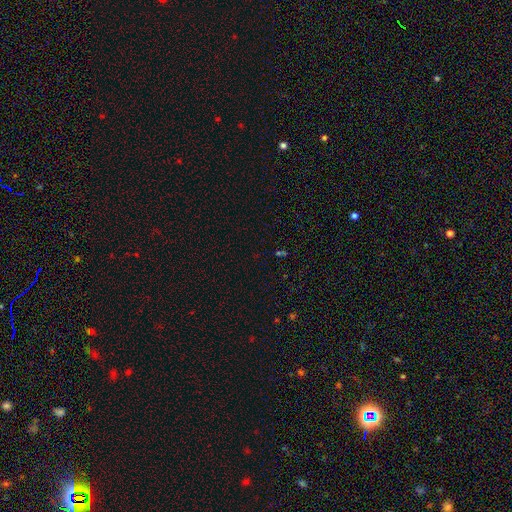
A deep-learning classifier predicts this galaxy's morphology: smooth_or_featured: star or artifact (p=0.63) [alt: smooth p=0.28]